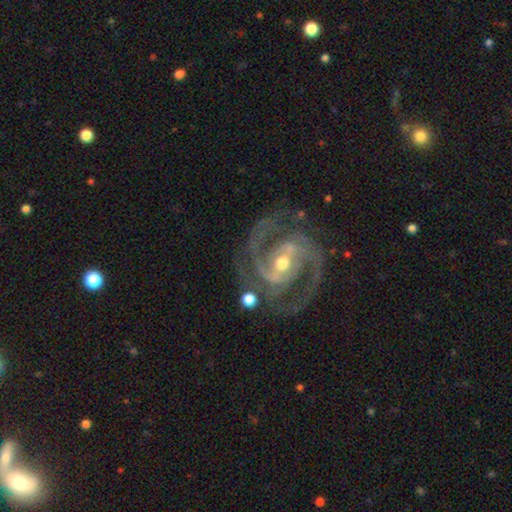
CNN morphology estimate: Overall: featured or disk (91%). Edge-on disk: no (98%). Bar: strong (37%, tied with weak). Spiral arms: yes (98%). Spiral arm count: 2 (83%). Spiral winding: medium (52%; tight 41%). Bulge size: small (59%; moderate 37%). Merging: none (77%).